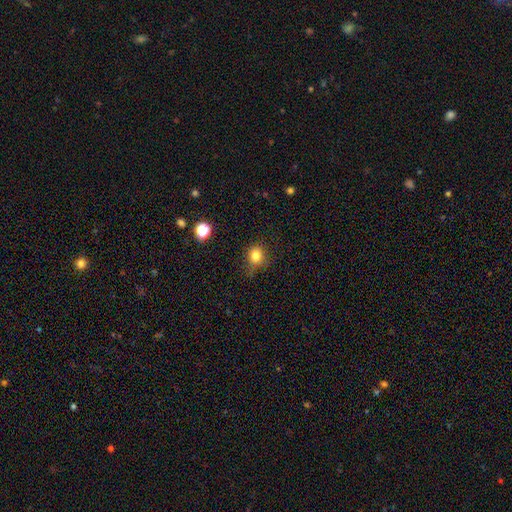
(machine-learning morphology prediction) smooth-or-featured: smooth: 81% | star or artifact: 13% | featured or disk: 6%
  how-rounded: round: 78% | in between: 21% | cigar-shaped: 1%
  merging: none: 72% | minor disturbance: 21% | major disturbance: 5% | merger: 2%